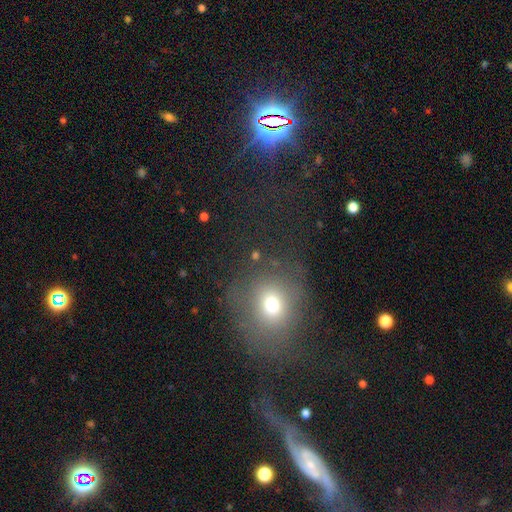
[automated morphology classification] Q: Smooth or featured?
A: smooth (61%); runner-up: star or artifact (26%)
Q: How rounded?
A: round (79%); runner-up: in between (19%)
Q: Merging?
A: none (68%); runner-up: minor disturbance (13%)